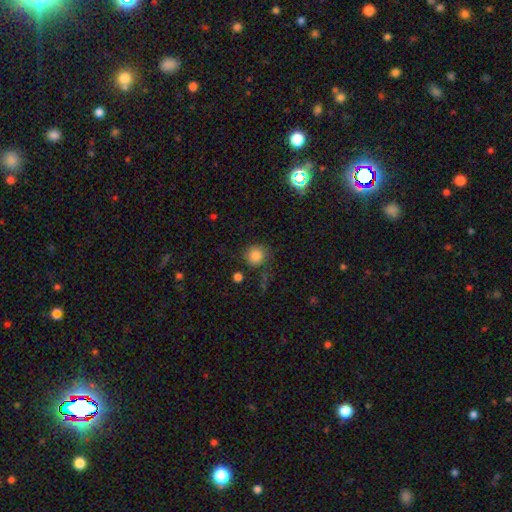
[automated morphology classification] smooth 83%, star or artifact 11%, featured or disk 6%. Down the decision tree: how rounded — round (91%); merging — none (77%).